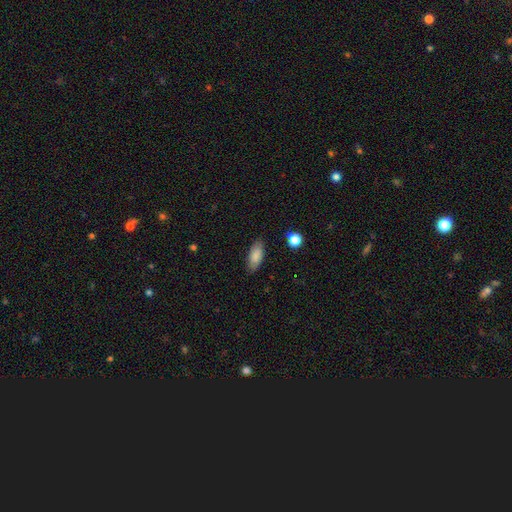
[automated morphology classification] Smooth or featured? Predicted: smooth (p=0.85). How rounded? Predicted: in between (p=0.84). Merging? Predicted: none (p=0.84).